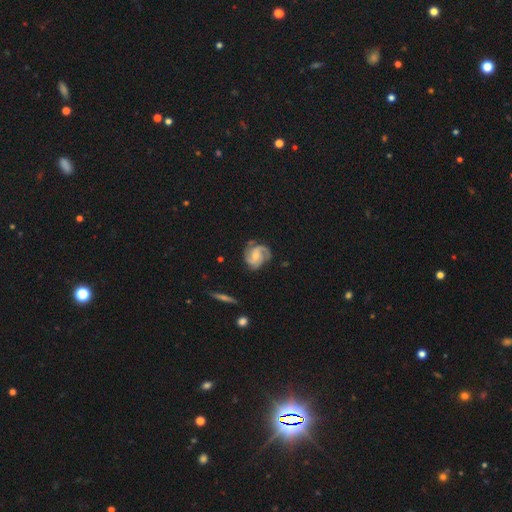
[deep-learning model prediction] Q: Smooth or featured?
A: featured or disk (84%); runner-up: smooth (10%)
Q: Edge-on disk?
A: no (98%); runner-up: yes (2%)
Q: Bar?
A: no (53%); runner-up: weak (37%)
Q: Spiral arms?
A: yes (97%); runner-up: no (3%)
Q: Spiral winding?
A: medium (49%); runner-up: tight (38%)
Q: Spiral arm count?
A: 2 (46%); runner-up: 3 (38%)
Q: Bulge size?
A: small (52%); runner-up: moderate (40%)
Q: Merging?
A: none (70%); runner-up: minor disturbance (20%)